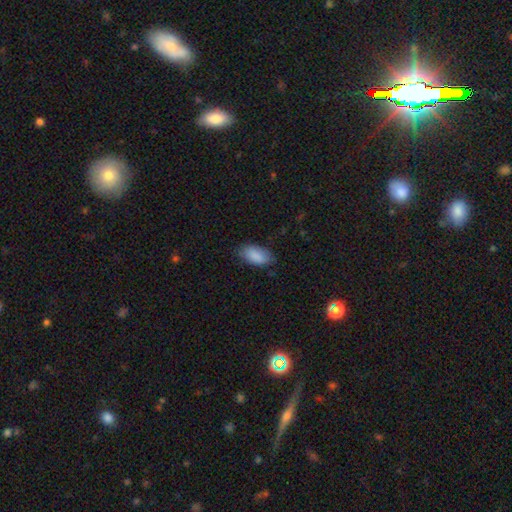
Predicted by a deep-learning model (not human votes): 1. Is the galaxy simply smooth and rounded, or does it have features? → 89% smooth, 6% star or artifact, 5% featured or disk.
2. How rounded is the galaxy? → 94% in between, 3% cigar-shaped, 3% round.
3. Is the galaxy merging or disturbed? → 78% none, 18% minor disturbance, 4% major disturbance, 1% merger.